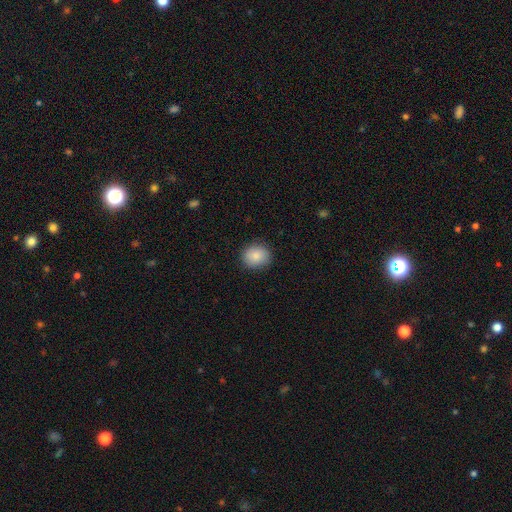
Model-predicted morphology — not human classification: The model was most divided on "how rounded": round: 73%, in between: 26%, cigar-shaped: 1%. More confident: merging — none (87%); smooth or featured — smooth (85%).